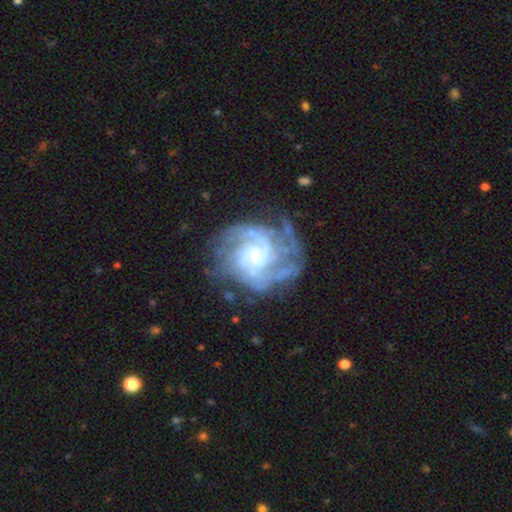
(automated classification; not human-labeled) Smooth or featured: featured or disk — 87% (smooth — 7%)
Edge-on disk: no — 98% (yes — 2%)
Bar: no — 54% (weak — 37%)
Spiral arms: yes — 95% (no — 5%)
Spiral winding: tight — 55% (medium — 37%)
Spiral arm count: 2 — 30% (can't tell — 29%)
Bulge size: small — 58% (moderate — 26%)
Merging: none — 61% (minor disturbance — 20%)